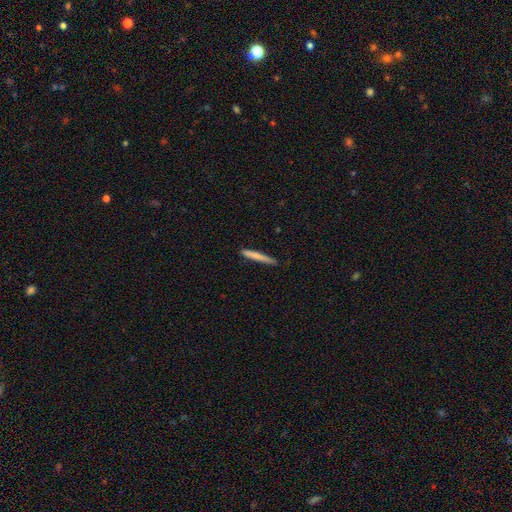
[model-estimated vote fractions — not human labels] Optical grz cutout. It shows a smooth galaxy with no disk features (73%) that is cigar-shaped (96%). Merging: none (87%).